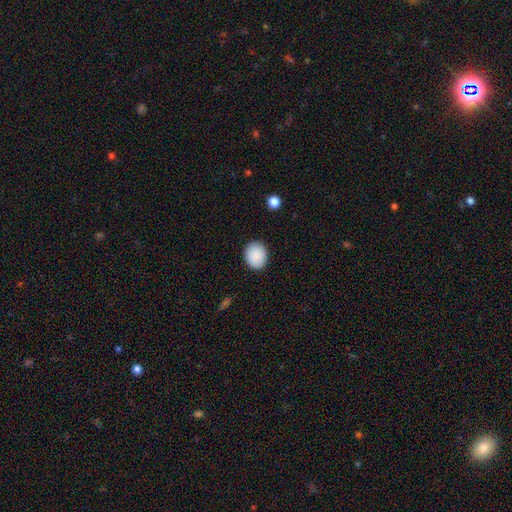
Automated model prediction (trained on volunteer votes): smooth 88%, star or artifact 7%, featured or disk 5%. Down the decision tree: how rounded — round (60%); merging — none (89%).